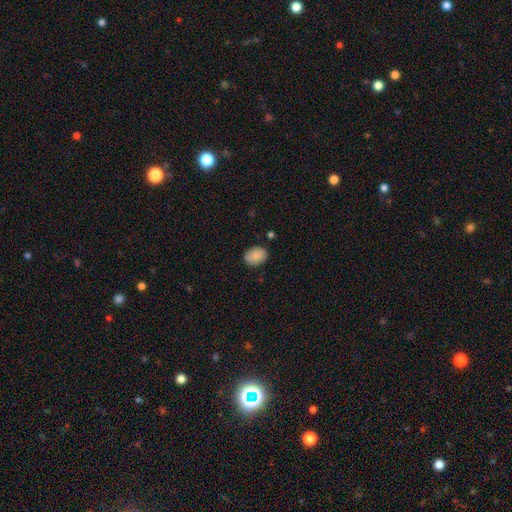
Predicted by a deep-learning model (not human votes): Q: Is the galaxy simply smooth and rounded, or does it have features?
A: smooth — 87%.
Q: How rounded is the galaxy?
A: in between — 67%.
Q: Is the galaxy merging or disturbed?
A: none — 82%.